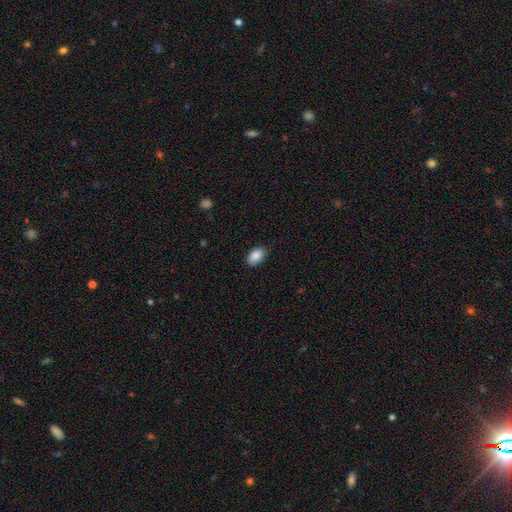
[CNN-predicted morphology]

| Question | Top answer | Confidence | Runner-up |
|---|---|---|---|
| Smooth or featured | smooth | 89% | star or artifact (7%) |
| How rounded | in between | 91% | round (8%) |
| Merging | none | 80% | minor disturbance (17%) |